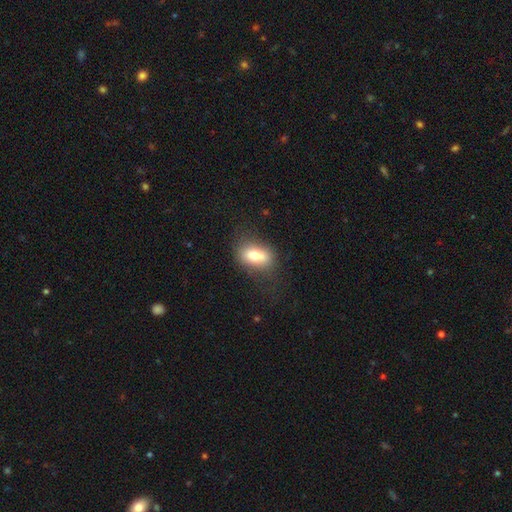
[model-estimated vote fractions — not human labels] smooth 71%, featured or disk 19%, star or artifact 10%. Down the decision tree: how rounded — in between (80%); merging — none (74%).